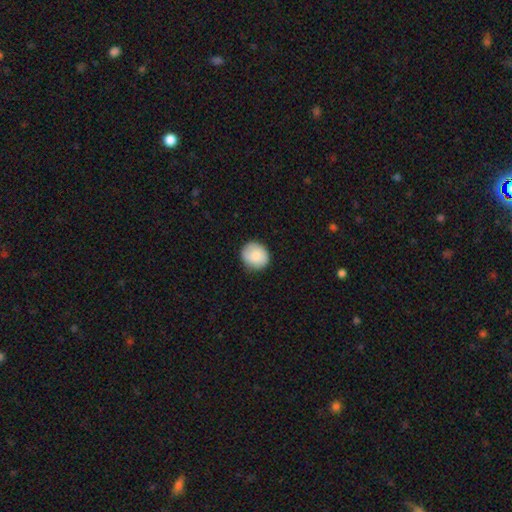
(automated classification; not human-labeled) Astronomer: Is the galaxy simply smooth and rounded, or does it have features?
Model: smooth — 83%.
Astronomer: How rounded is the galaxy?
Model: round — 86%.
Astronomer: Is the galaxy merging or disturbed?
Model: none — 85%.